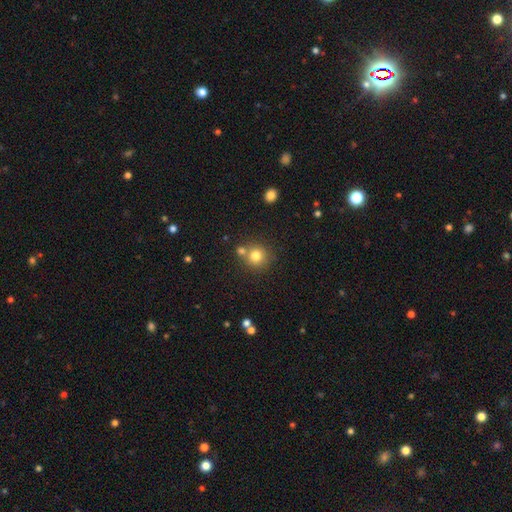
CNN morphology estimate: smooth_or_featured: smooth (p=0.79) [alt: star or artifact p=0.12]
how_rounded: round (p=0.91) [alt: in between p=0.08]
merging: none (p=0.66) [alt: merger p=0.23]